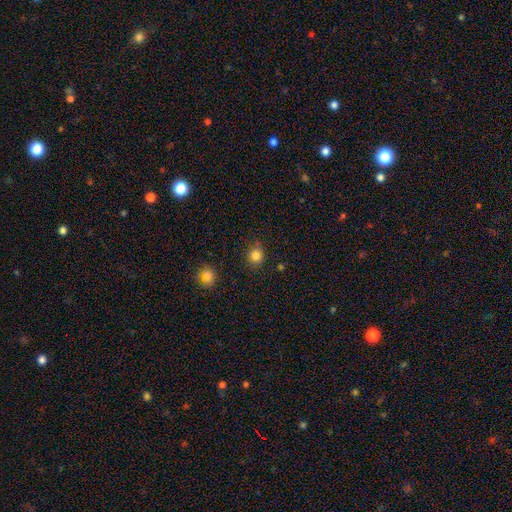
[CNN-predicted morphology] Q: Smooth or featured?
A: smooth (83%); runner-up: star or artifact (12%)
Q: How rounded?
A: round (87%); runner-up: in between (13%)
Q: Merging?
A: none (86%); runner-up: minor disturbance (9%)